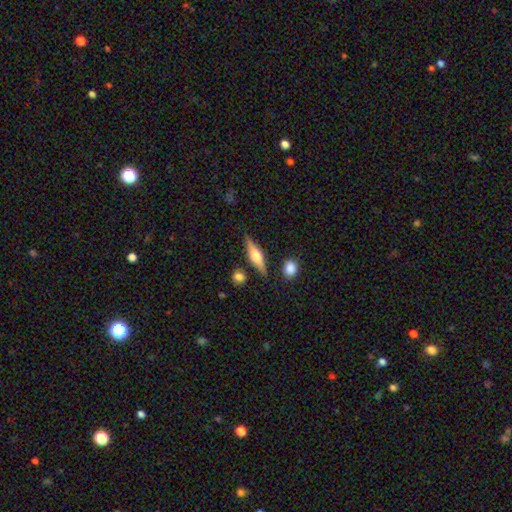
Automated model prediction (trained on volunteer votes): Smooth or featured?
  - featured or disk: 62% *
  - smooth: 31%
  - star or artifact: 7%
Edge-on disk?
  - yes: 96% *
  - no: 4%
Edge-on bulge?
  - rounded: 85% *
  - boxy: 12%
  - none: 3%
Merging?
  - none: 84% *
  - minor disturbance: 10%
  - merger: 4%
  - major disturbance: 3%